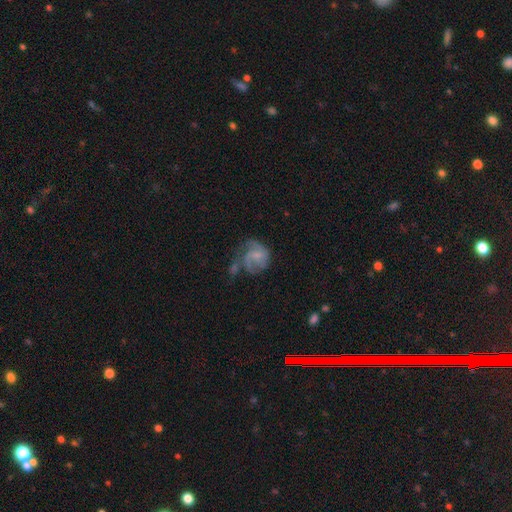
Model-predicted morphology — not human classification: type=featured or disk (72%); edge-on=no (98%); bar=no (61%); spiral arms=yes (90%); winding=medium (47%); arm count=2 (49%); bulge=small (56%); merging=none (37%).